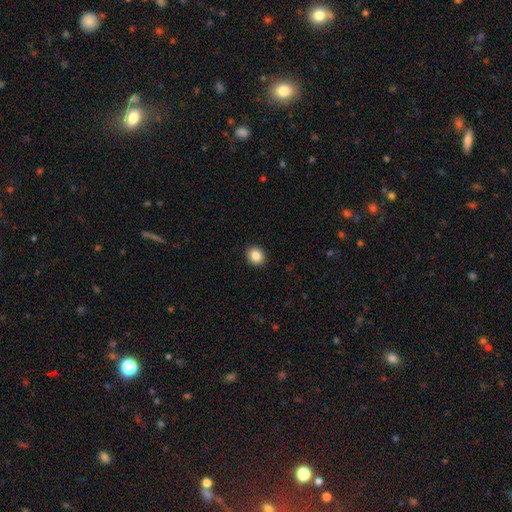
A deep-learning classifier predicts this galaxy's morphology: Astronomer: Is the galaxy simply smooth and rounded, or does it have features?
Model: smooth — 86%.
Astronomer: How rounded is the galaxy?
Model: round — 72%.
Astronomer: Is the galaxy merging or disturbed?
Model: none — 92%.